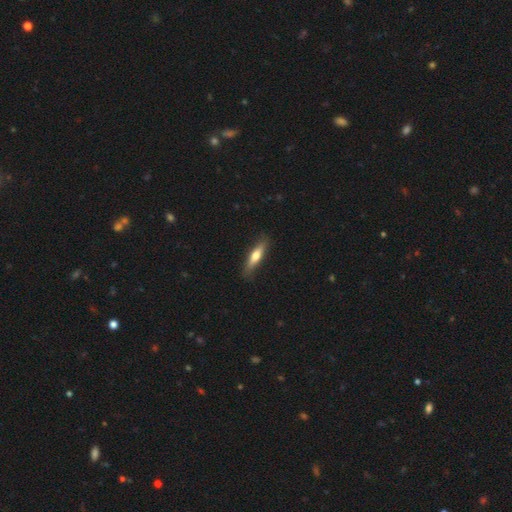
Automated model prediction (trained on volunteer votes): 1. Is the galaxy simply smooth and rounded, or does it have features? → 62% smooth, 32% featured or disk, 6% star or artifact.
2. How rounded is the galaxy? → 75% cigar-shaped, 24% in between, 2% round.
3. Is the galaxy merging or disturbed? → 83% none, 13% minor disturbance, 3% major disturbance, 1% merger.